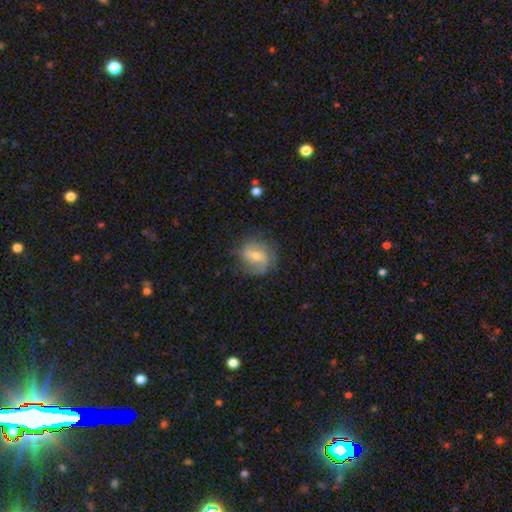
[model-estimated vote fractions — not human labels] Overall: featured or disk (48%; smooth 44%). Merging: none (68%).